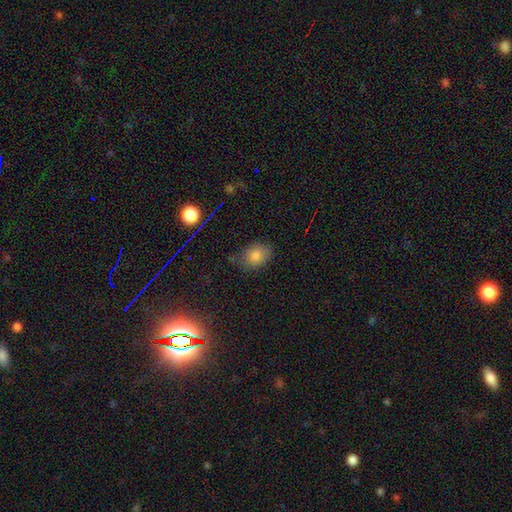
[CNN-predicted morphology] Smooth or featured?
  - smooth: 79% *
  - star or artifact: 13%
  - featured or disk: 9%
How rounded?
  - in between: 68% *
  - round: 31%
  - cigar-shaped: 1%
Merging?
  - none: 72% *
  - minor disturbance: 21%
  - major disturbance: 5%
  - merger: 2%